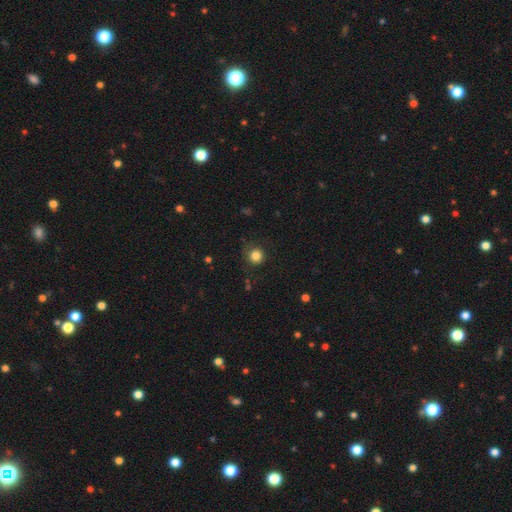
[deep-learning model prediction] smooth-or-featured: smooth: 83% | star or artifact: 12% | featured or disk: 5%
  how-rounded: round: 92% | in between: 7% | cigar-shaped: 1%
  merging: none: 79% | minor disturbance: 14% | major disturbance: 6% | merger: 1%